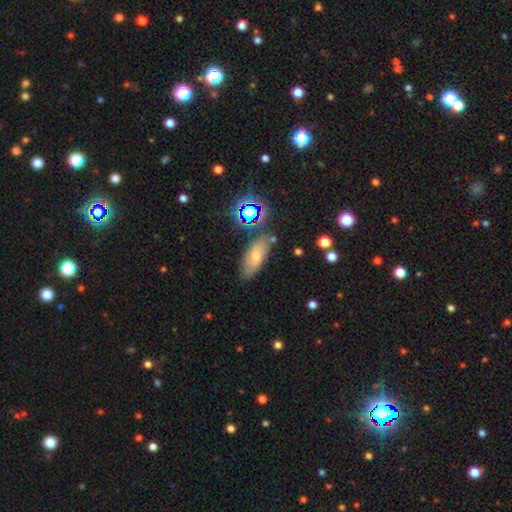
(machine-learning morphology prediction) This is likely a smooth galaxy (66%). How rounded: likely in between (79%). Merging: likely none (71%).